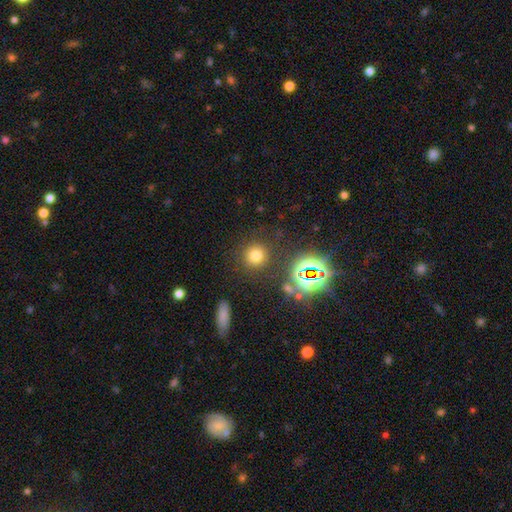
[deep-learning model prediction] smooth 71%, star or artifact 21%, featured or disk 8%. Down the decision tree: how rounded — round (92%); merging — none (85%).